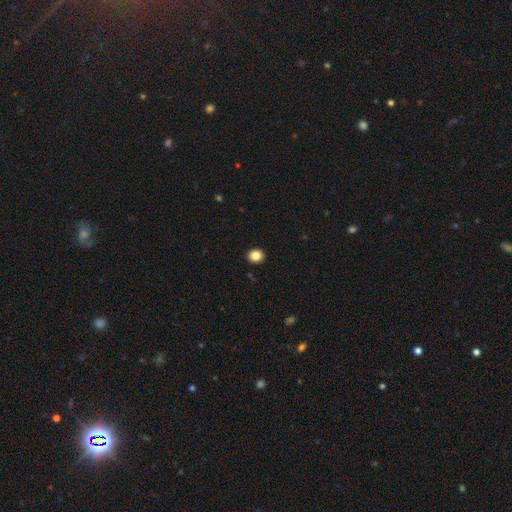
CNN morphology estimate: smooth_or_featured: smooth (p=0.85) [alt: star or artifact p=0.10]
how_rounded: round (p=0.68) [alt: in between p=0.31]
merging: none (p=0.92) [alt: minor disturbance p=0.05]